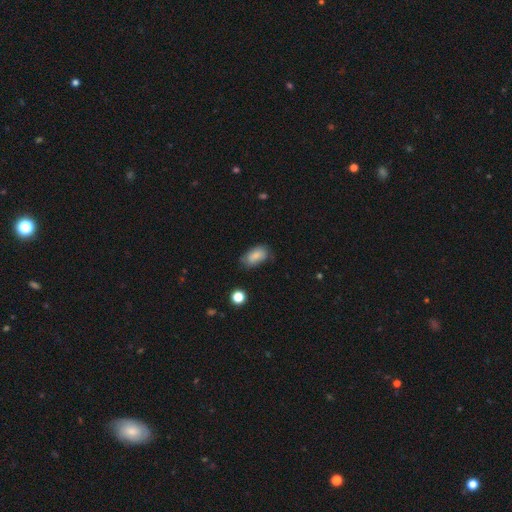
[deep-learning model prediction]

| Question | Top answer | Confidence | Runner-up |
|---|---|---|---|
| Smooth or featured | smooth | 84% | featured or disk (8%) |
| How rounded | in between | 92% | round (5%) |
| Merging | none | 68% | minor disturbance (24%) |